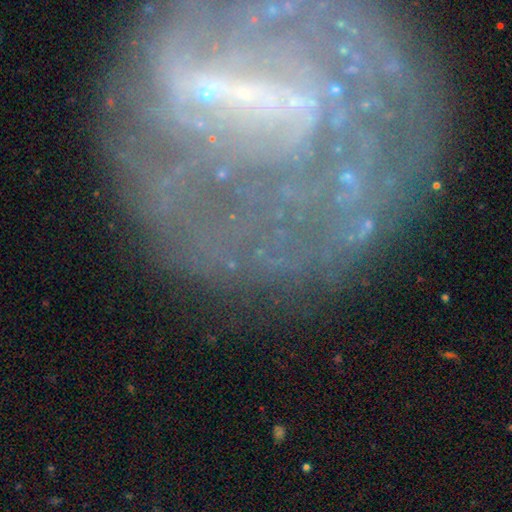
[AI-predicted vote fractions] smooth-or-featured: featured or disk: 77% | star or artifact: 12% | smooth: 11%
  disk-edge-on: no: 95% | yes: 5%
    bar: strong: 45% | weak: 32% | no: 23%
    has-spiral-arms: yes: 73% | no: 27%
      spiral-winding: tight: 48% | medium: 31% | loose: 20%
      spiral-arm-count: can't tell: 39% | 2: 29% | 3: 10% | 1: 8% | 4: 7% | more than 4: 7%
    bulge-size: small: 52% | none: 29% | moderate: 14% | large: 3% | dominant: 2%
  merging: none: 62% | major disturbance: 17% | minor disturbance: 17% | merger: 4%